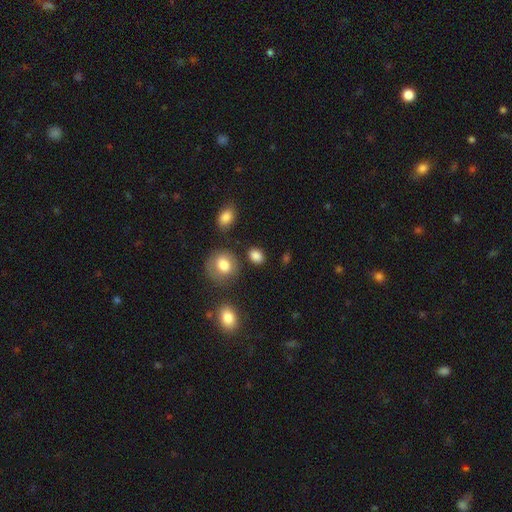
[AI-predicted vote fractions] Q: Smooth or featured?
A: smooth (85%); runner-up: star or artifact (10%)
Q: How rounded?
A: in between (62%); runner-up: round (36%)
Q: Merging?
A: none (79%); runner-up: minor disturbance (12%)